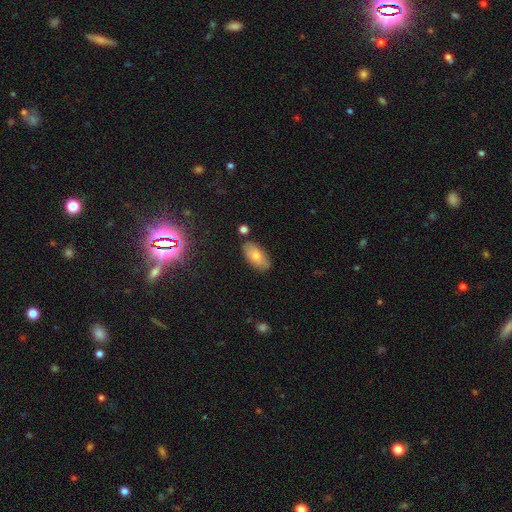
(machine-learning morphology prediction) This is likely a smooth galaxy (75%). How rounded: clearly in between (92%). Merging: clearly none (81%).